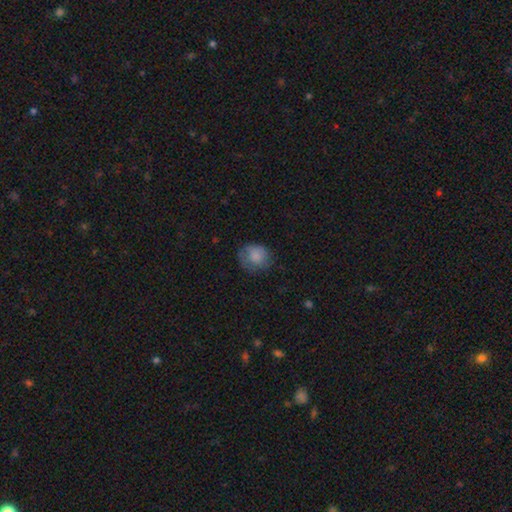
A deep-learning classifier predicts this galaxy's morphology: The model was most divided on "merging": none: 60%, minor disturbance: 25%, major disturbance: 13%, merger: 1%. More confident: smooth or featured — smooth (78%); how rounded — round (77%).